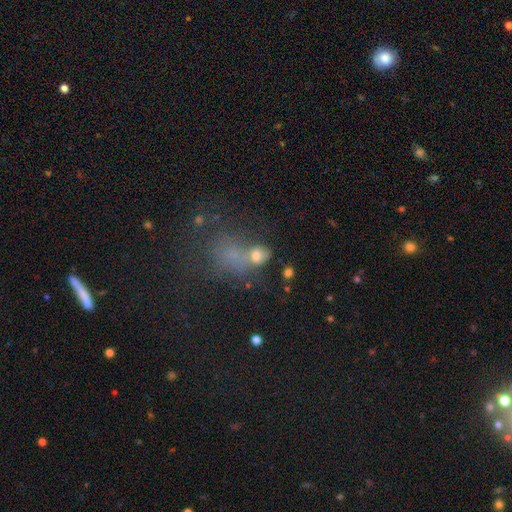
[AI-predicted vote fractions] A smooth galaxy with no disk features (55%) that is in between round and cigar-shaped (67%).

Vote fractions:
- Smooth or featured? smooth: 55% / star or artifact: 23% / featured or disk: 22%
- How rounded? in between: 67% / round: 31% / cigar-shaped: 3%
- Merging? merger: 32% / major disturbance: 27% / none: 26% / minor disturbance: 14%